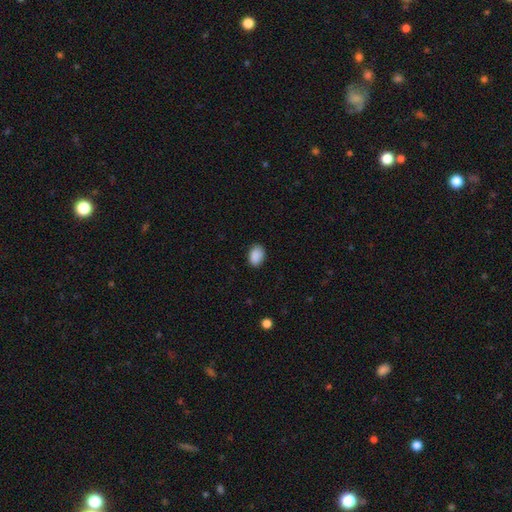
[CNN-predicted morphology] smooth-or-featured: smooth: 90% | star or artifact: 8% | featured or disk: 3%
  how-rounded: in between: 82% | round: 17% | cigar-shaped: 1%
  merging: none: 86% | minor disturbance: 11% | major disturbance: 2% | merger: 1%